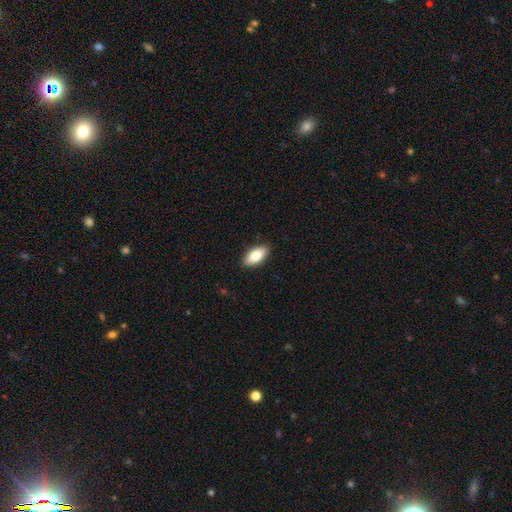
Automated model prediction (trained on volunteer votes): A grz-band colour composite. It shows a smooth galaxy with no disk features (81%) that is in between round and cigar-shaped (90%). Merging: none (89%).